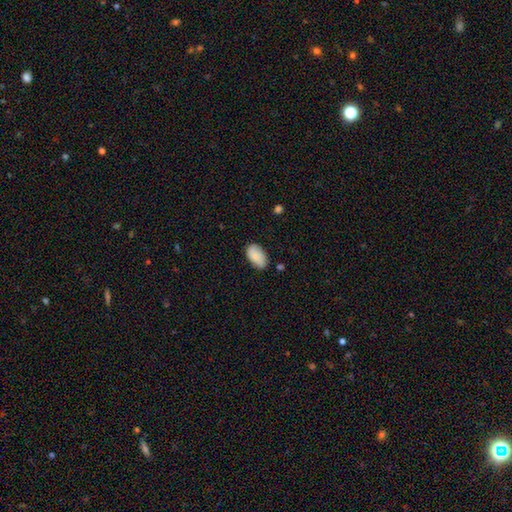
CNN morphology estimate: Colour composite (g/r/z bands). It shows a smooth galaxy with no disk features (84%) that is in between round and cigar-shaped (94%). Merging: none (70%).